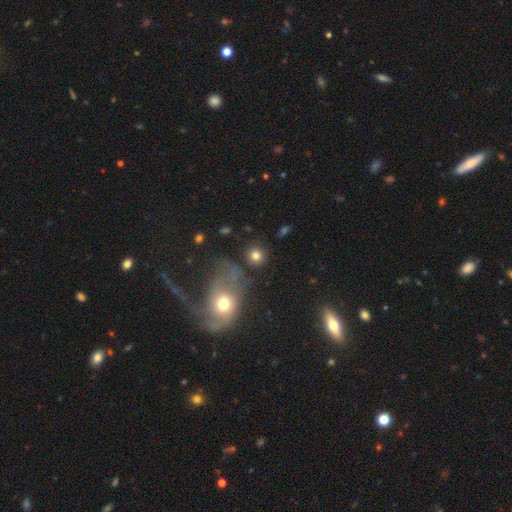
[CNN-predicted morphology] Smooth or featured? smooth (80%)
How rounded? round (88%)
Merging? none (76%)